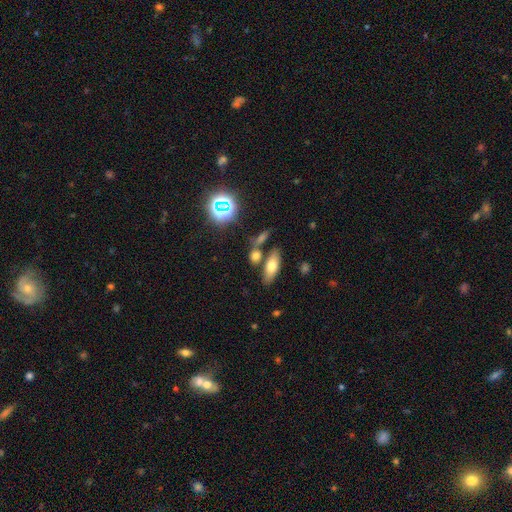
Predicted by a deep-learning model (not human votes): This is likely a smooth galaxy (66%). How rounded: likely in between (62%). Merging: likely none (62%).